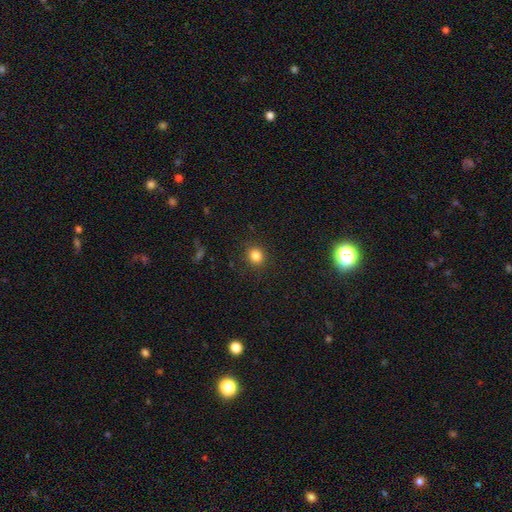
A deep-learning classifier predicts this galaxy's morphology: smooth 83%, star or artifact 12%, featured or disk 5%. Down the decision tree: how rounded — round (87%); merging — none (90%).